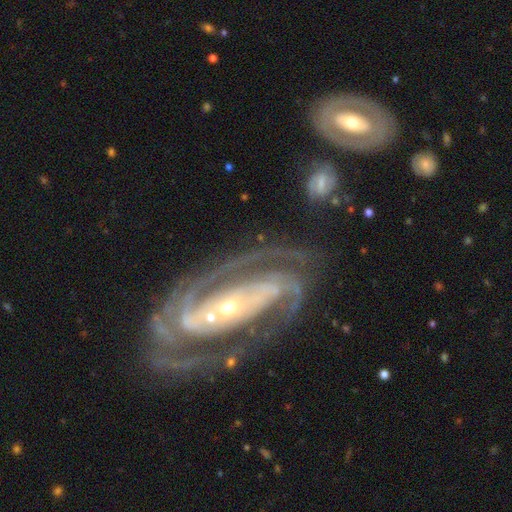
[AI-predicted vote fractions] A featured or disk galaxy (91%) with no bar (45%), 2 (58%) tight (62%) spiral arms (97%) and a small central bulge (68%).

Vote fractions:
- Smooth or featured? featured or disk: 91% / star or artifact: 5% / smooth: 4%
- Edge-on disk? no: 94% / yes: 6%
- Bar? no: 45% / strong: 32% / weak: 22%
- Spiral arms? yes: 97% / no: 3%
- Spiral winding? tight: 62% / medium: 31% / loose: 7%
- Spiral arm count? 2: 58% / 3: 15% / can't tell: 13% / 4: 5% / 1: 5% / more than 4: 4%
- Bulge size? small: 68% / moderate: 26% / large: 3% / none: 1% / dominant: 1%
- Merging? none: 61% / minor disturbance: 16% / major disturbance: 12% / merger: 11%